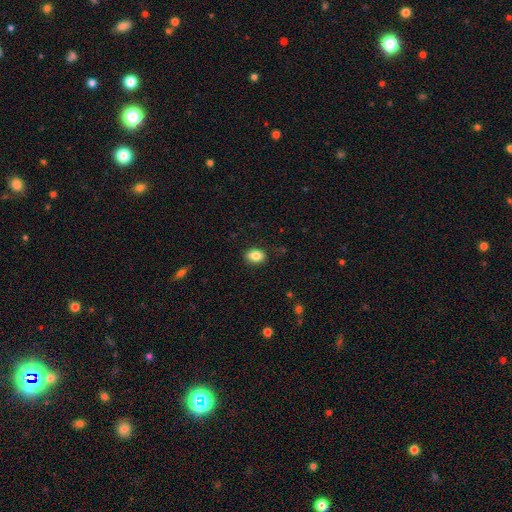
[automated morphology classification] This is clearly a smooth galaxy (84%). How rounded: likely in between (73%). Merging: clearly none (85%).